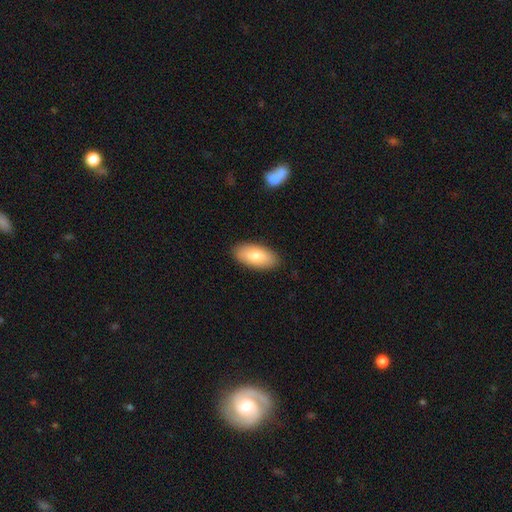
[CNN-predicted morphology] A smooth galaxy with no disk features (80%) that is in between round and cigar-shaped (92%).

Vote fractions:
- Smooth or featured? smooth: 80% / featured or disk: 14% / star or artifact: 6%
- How rounded? in between: 92% / cigar-shaped: 5% / round: 2%
- Merging? none: 89% / minor disturbance: 8% / major disturbance: 2% / merger: 1%